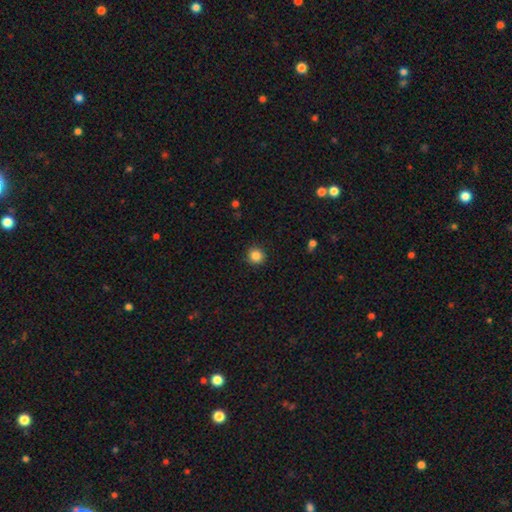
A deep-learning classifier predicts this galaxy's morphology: Smooth or featured?
  - smooth: 85% *
  - star or artifact: 10%
  - featured or disk: 5%
How rounded?
  - round: 92% *
  - in between: 7%
  - cigar-shaped: 1%
Merging?
  - none: 91% *
  - minor disturbance: 6%
  - major disturbance: 2%
  - merger: 1%